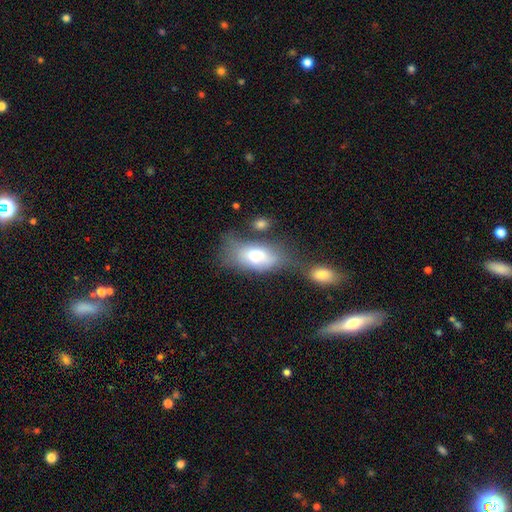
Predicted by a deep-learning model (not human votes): Smooth or featured? smooth (69%)
How rounded? in between (89%)
Merging? none (35%)